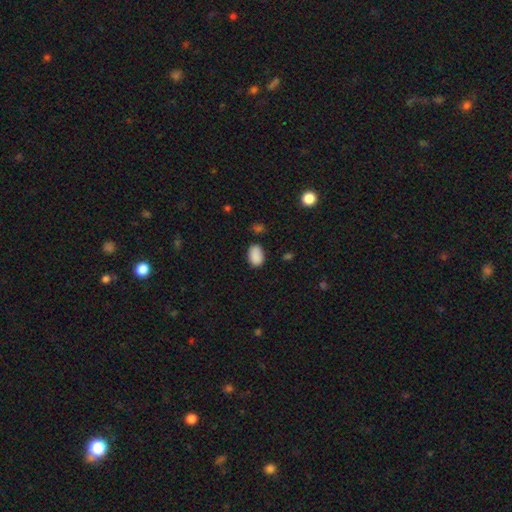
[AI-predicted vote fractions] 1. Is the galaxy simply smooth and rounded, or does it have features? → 89% smooth, 8% star or artifact, 3% featured or disk.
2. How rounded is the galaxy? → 89% in between, 10% round, 1% cigar-shaped.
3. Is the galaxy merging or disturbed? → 78% none, 16% minor disturbance, 3% major disturbance, 3% merger.